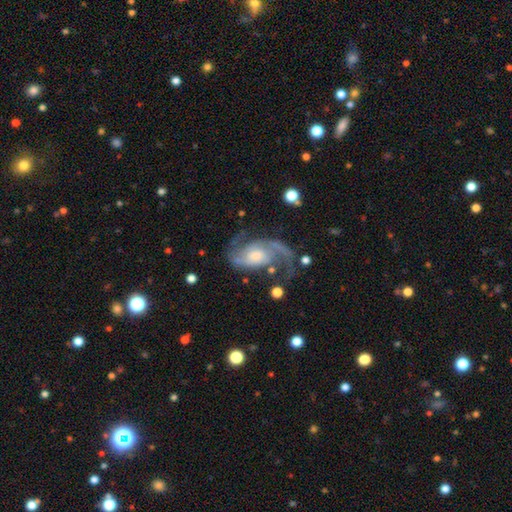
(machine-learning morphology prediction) A featured or disk galaxy (88%) with no bar (57%), 2 (84%) medium (44%) spiral arms (96%) and a moderate central bulge (40%). Merging: none (52%).